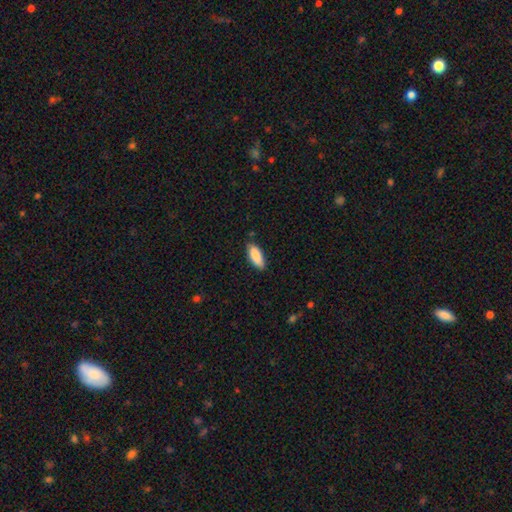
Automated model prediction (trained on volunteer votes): A smooth galaxy with no disk features (89%) that is in between round and cigar-shaped (77%).

Vote fractions:
- Smooth or featured? smooth: 89% / star or artifact: 6% / featured or disk: 5%
- How rounded? in between: 77% / cigar-shaped: 21% / round: 2%
- Merging? none: 82% / minor disturbance: 14% / major disturbance: 2% / merger: 1%